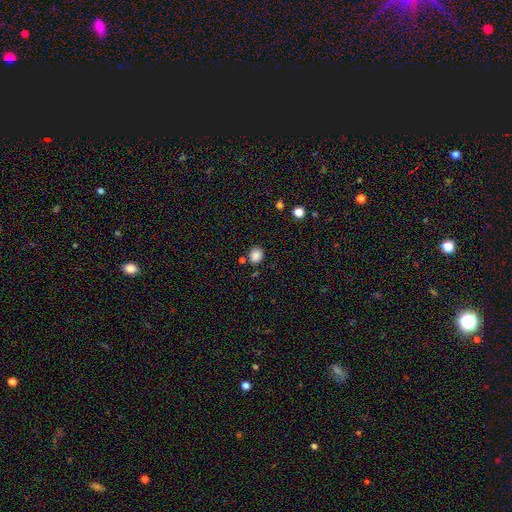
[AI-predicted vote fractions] Smooth or featured?
  - smooth: 86% *
  - star or artifact: 11%
  - featured or disk: 4%
How rounded?
  - round: 65% *
  - in between: 34%
  - cigar-shaped: 1%
Merging?
  - none: 77% *
  - minor disturbance: 13%
  - merger: 7%
  - major disturbance: 3%